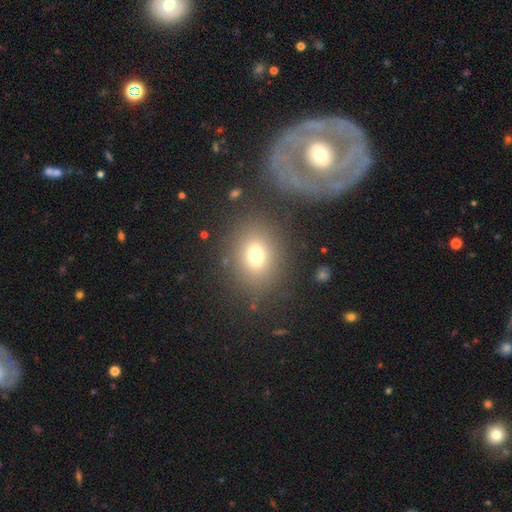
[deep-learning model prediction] smooth_or_featured: smooth (p=0.73) [alt: star or artifact p=0.15]
how_rounded: round (p=0.54) [alt: in between p=0.45]
merging: none (p=0.80) [alt: minor disturbance p=0.10]